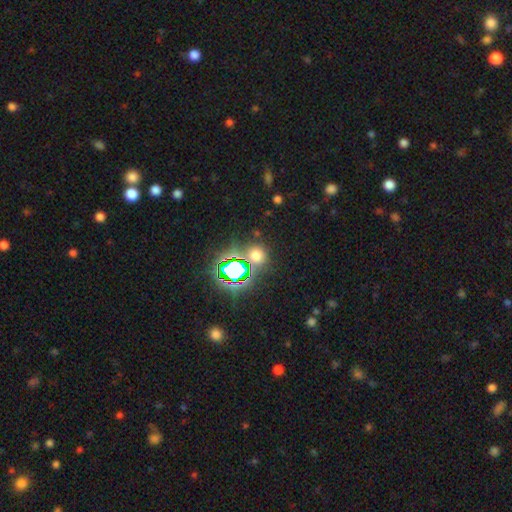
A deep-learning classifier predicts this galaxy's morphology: smooth_or_featured: smooth (p=0.51) [alt: star or artifact p=0.43]
how_rounded: round (p=0.85) [alt: in between p=0.14]
merging: none (p=0.79) [alt: minor disturbance p=0.09]